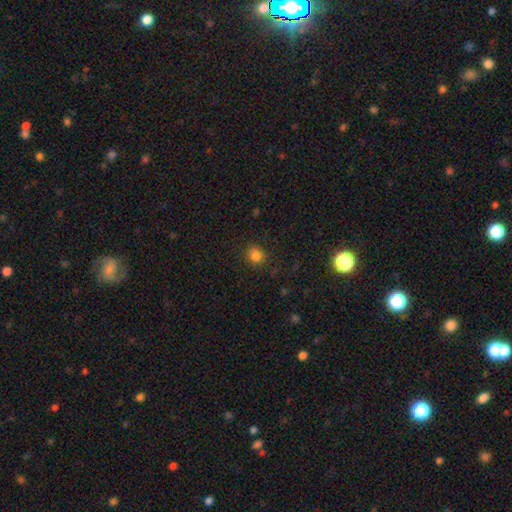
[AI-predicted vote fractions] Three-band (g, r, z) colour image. It shows a smooth galaxy with no disk features (82%) that is round (83%). Merging: none (86%).